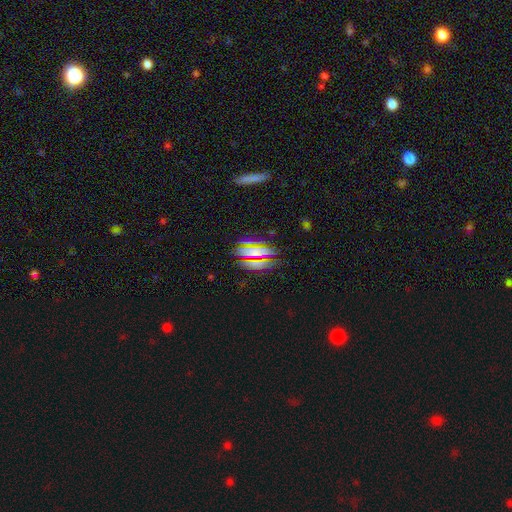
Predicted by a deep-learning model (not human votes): This is possibly a smooth galaxy (50%). How rounded: likely in between (77%). Merging: likely none (72%).